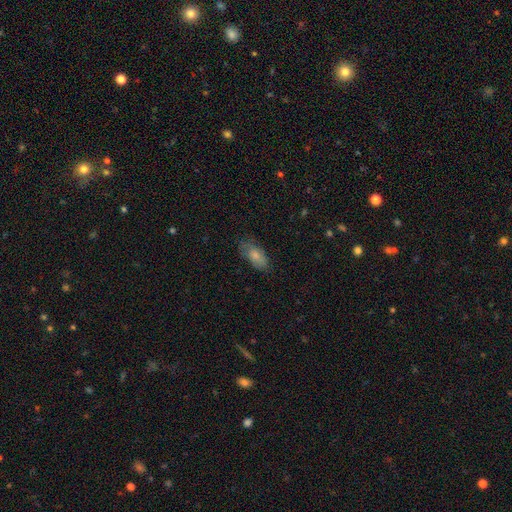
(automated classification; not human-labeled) A smooth galaxy with no disk features (80%) that is in between round and cigar-shaped (89%).

Vote fractions:
- Smooth or featured? smooth: 80% / featured or disk: 13% / star or artifact: 7%
- How rounded? in between: 89% / cigar-shaped: 8% / round: 3%
- Merging? none: 66% / minor disturbance: 26% / major disturbance: 7% / merger: 1%